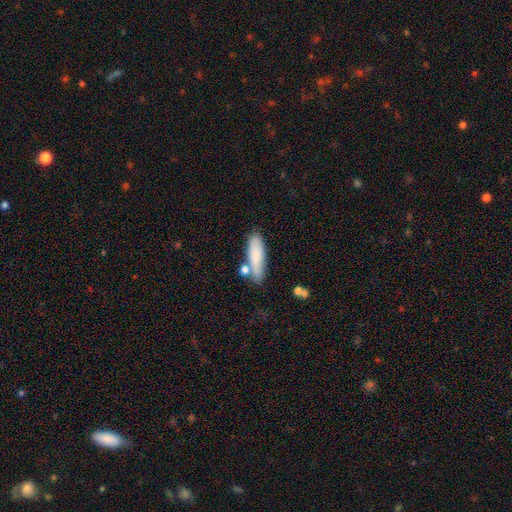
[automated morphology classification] This is likely a smooth galaxy (80%). How rounded: possibly cigar-shaped (57%). Merging: likely none (67%).